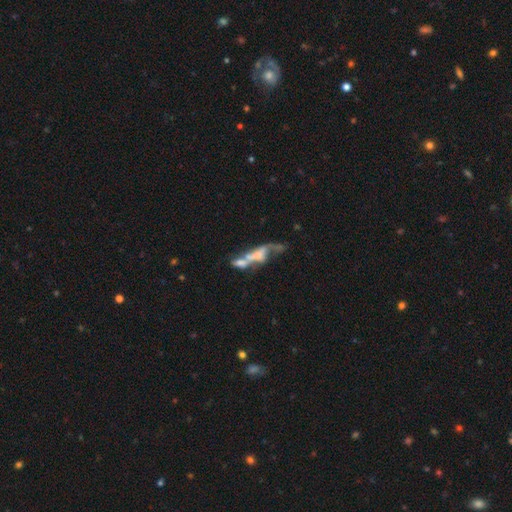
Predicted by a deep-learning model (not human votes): Smooth or featured: featured or disk — 52% (smooth — 35%)
Edge-on disk: no — 81% (yes — 19%)
Merging: merger — 54% (major disturbance — 21%)